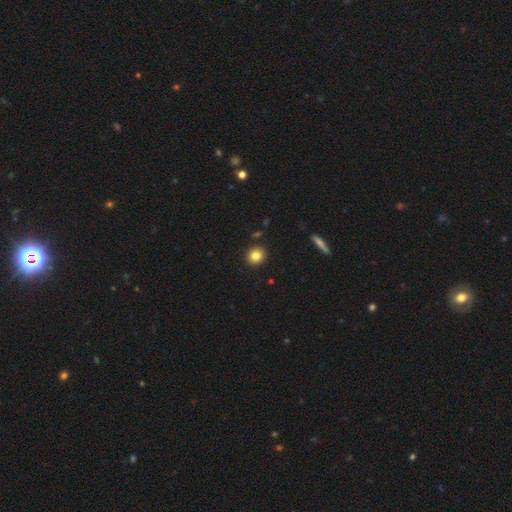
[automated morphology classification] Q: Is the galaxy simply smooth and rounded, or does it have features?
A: smooth — 84%.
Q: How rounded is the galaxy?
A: round — 85%.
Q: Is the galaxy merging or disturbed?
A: none — 91%.